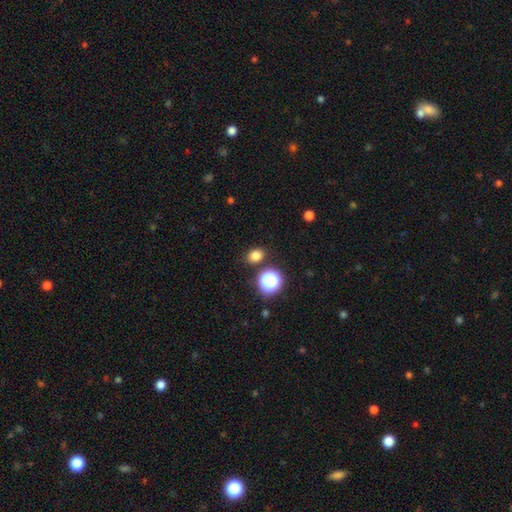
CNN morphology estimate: Smooth or featured: smooth — 79% (star or artifact — 16%)
How rounded: in between — 51% (round — 48%)
Merging: none — 83% (minor disturbance — 9%)